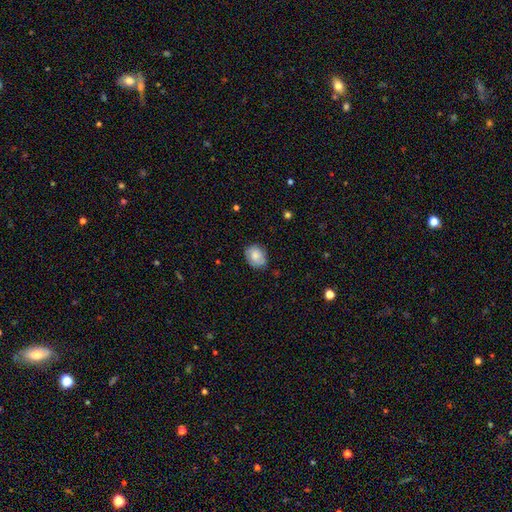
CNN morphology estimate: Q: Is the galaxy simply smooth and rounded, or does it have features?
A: smooth — 69%.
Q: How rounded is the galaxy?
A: in between — 50%.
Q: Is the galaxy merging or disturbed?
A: none — 72%.